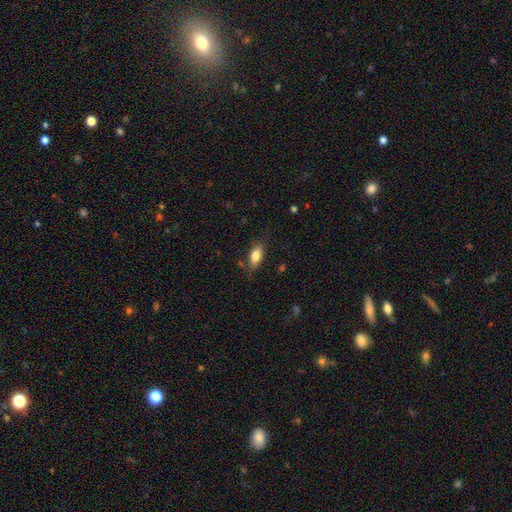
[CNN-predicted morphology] A smooth galaxy with no disk features (82%) that is in between round and cigar-shaped (87%).

Vote fractions:
- Smooth or featured? smooth: 82% / featured or disk: 10% / star or artifact: 7%
- How rounded? in between: 87% / cigar-shaped: 10% / round: 4%
- Merging? none: 78% / minor disturbance: 16% / major disturbance: 4% / merger: 2%